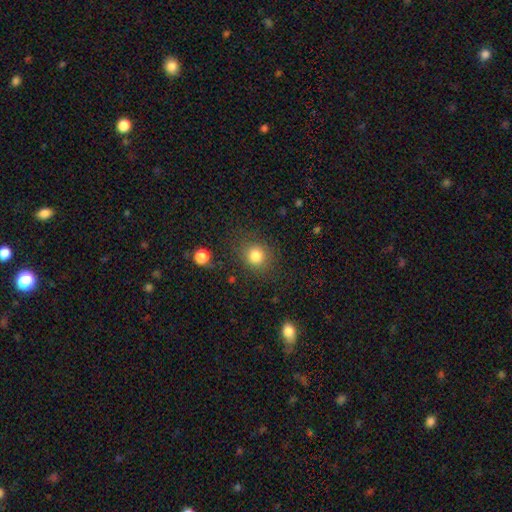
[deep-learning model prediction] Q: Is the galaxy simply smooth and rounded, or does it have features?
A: smooth — 82%.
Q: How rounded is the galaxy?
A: round — 80%.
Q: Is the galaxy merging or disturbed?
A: none — 81%.